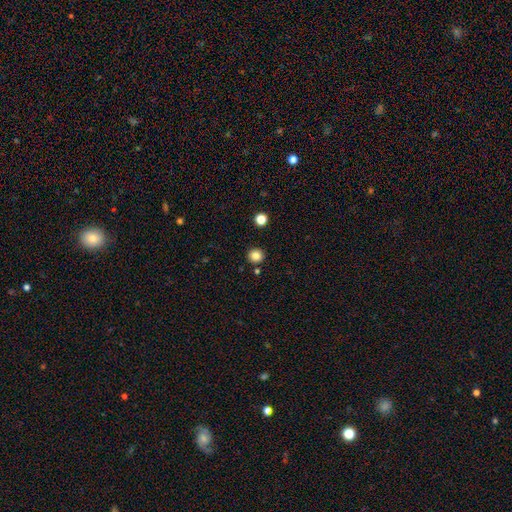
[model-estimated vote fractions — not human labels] The model was most divided on "smooth or featured": smooth: 83%, star or artifact: 12%, featured or disk: 5%. More confident: how rounded — round (93%); merging — none (90%).